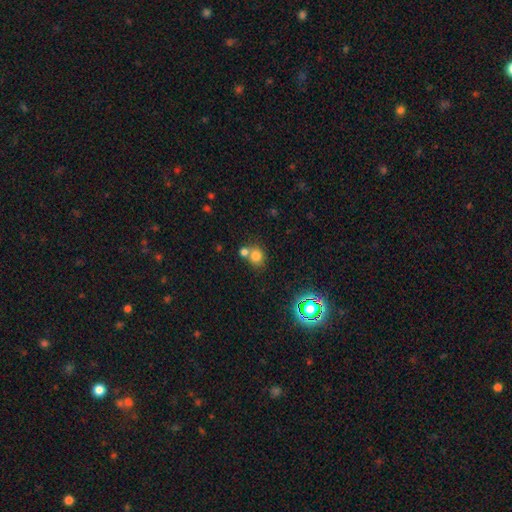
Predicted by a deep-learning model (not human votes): Smooth or featured?
  - smooth: 76% *
  - star or artifact: 16%
  - featured or disk: 9%
How rounded?
  - round: 81% *
  - in between: 18%
  - cigar-shaped: 1%
Merging?
  - none: 51% *
  - merger: 38%
  - minor disturbance: 8%
  - major disturbance: 3%